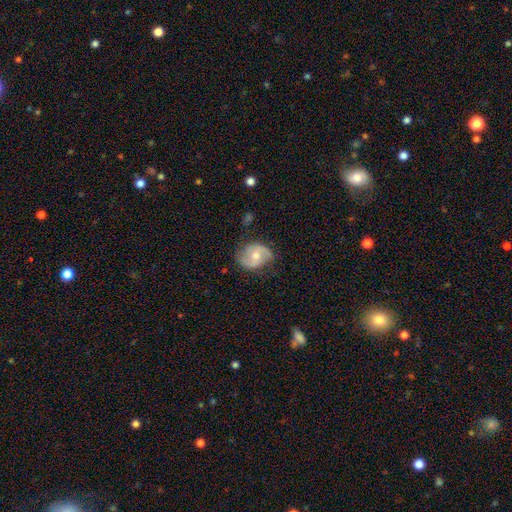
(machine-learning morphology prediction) The model was most divided on "spiral winding": medium: 46%, loose: 32%, tight: 21%. More confident: edge-on disk — no (97%); spiral arms — yes (88%); spiral arm count — 2 (86%); merging — none (67%); smooth or featured — featured or disk (64%); bulge size — moderate (64%); bar — no (53%).